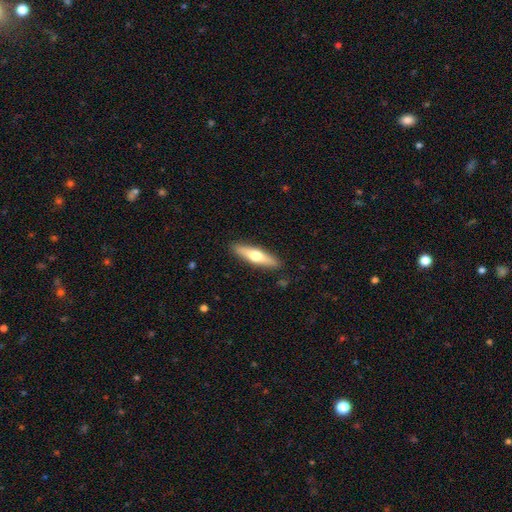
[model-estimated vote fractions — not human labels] smooth-or-featured: smooth: 51% | featured or disk: 44% | star or artifact: 5%
  how-rounded: cigar-shaped: 70% | in between: 28% | round: 2%
  merging: none: 90% | minor disturbance: 8% | major disturbance: 2% | merger: 1%